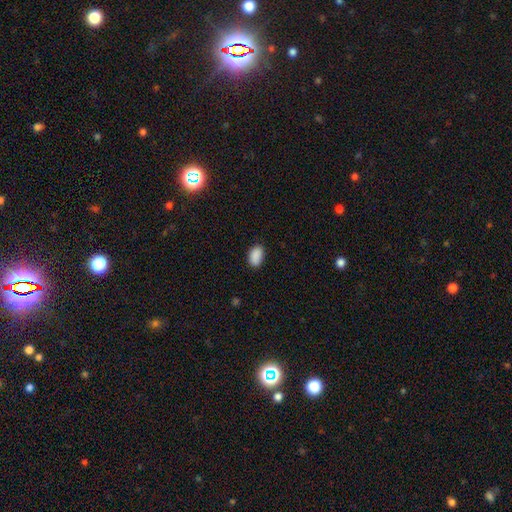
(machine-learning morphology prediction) Smooth or featured? smooth (90%)
How rounded? in between (91%)
Merging? none (84%)